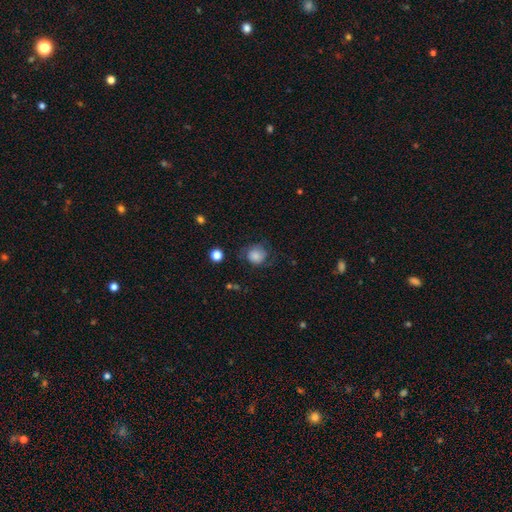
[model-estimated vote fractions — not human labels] smooth-or-featured: smooth: 72% | featured or disk: 18% | star or artifact: 9%
  how-rounded: round: 83% | in between: 16% | cigar-shaped: 1%
  merging: none: 64% | minor disturbance: 22% | major disturbance: 12% | merger: 2%